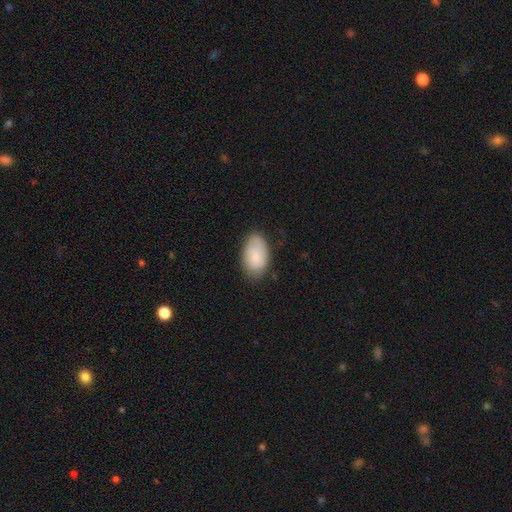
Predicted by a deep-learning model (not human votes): The model was most divided on "merging": none: 74%, minor disturbance: 20%, major disturbance: 4%, merger: 1%. More confident: how rounded — in between (93%); smooth or featured — smooth (82%).